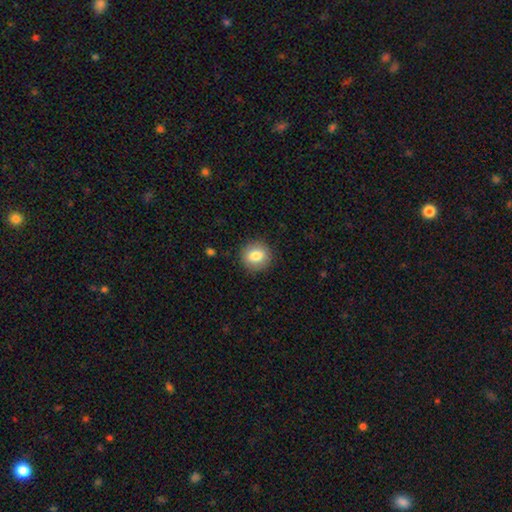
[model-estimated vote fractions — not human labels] Smooth or featured: smooth — 81% (featured or disk — 10%)
How rounded: round — 83% (in between — 16%)
Merging: none — 89% (minor disturbance — 7%)